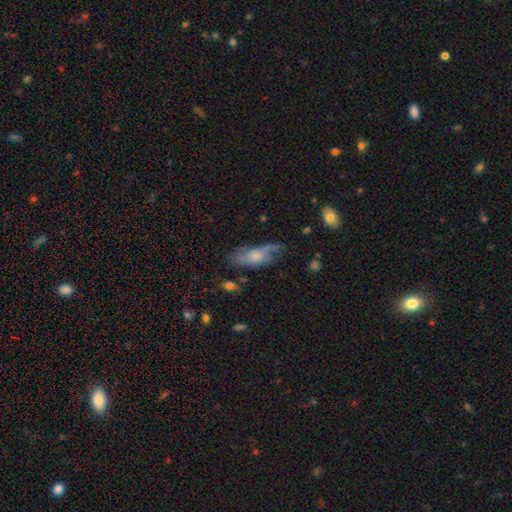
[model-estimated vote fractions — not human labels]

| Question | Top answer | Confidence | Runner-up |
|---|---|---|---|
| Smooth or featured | featured or disk | 48% | smooth (44%) |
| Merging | none | 50% | minor disturbance (31%) |